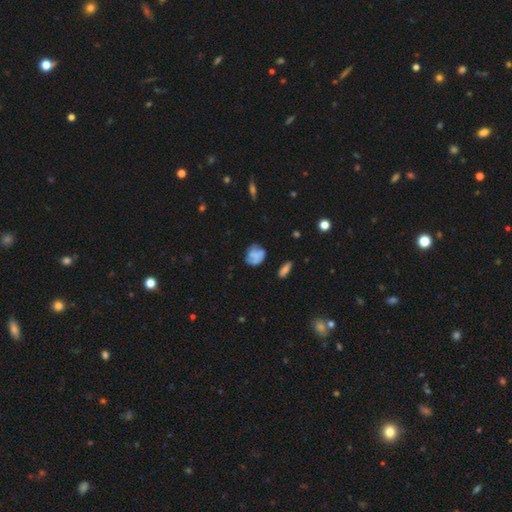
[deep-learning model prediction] A smooth galaxy with no disk features (54%) that is round (57%). Merging: none (55%).